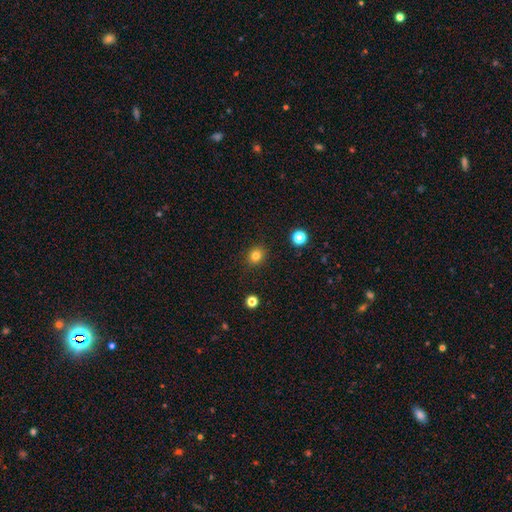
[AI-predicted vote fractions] This is clearly a smooth galaxy (80%). How rounded: likely round (76%). Merging: clearly none (89%).